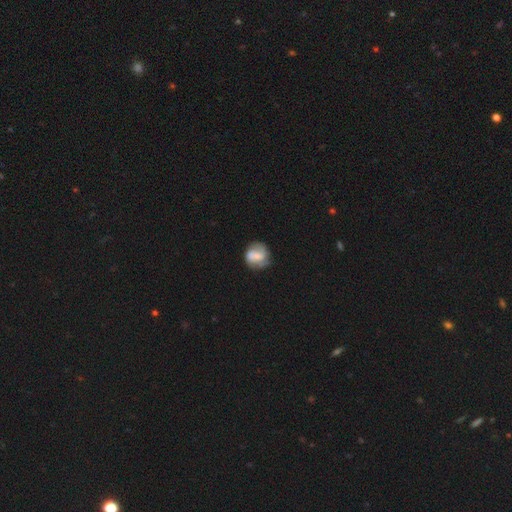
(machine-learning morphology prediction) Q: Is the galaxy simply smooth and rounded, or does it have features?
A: smooth — 46%, tied with featured or disk.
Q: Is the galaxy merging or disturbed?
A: none — 62%.